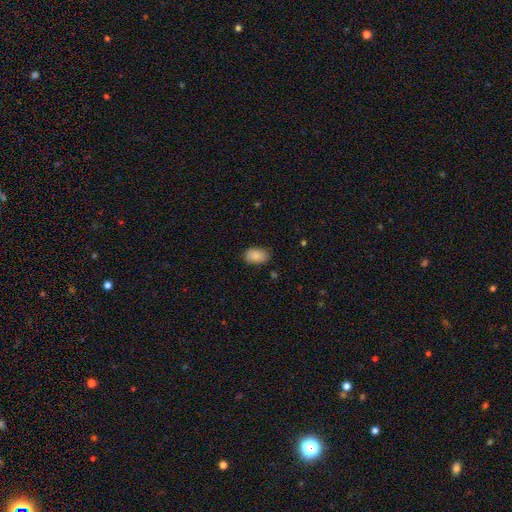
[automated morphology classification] Smooth or featured: smooth — 86% (star or artifact — 7%)
How rounded: in between — 90% (round — 9%)
Merging: none — 81% (minor disturbance — 15%)